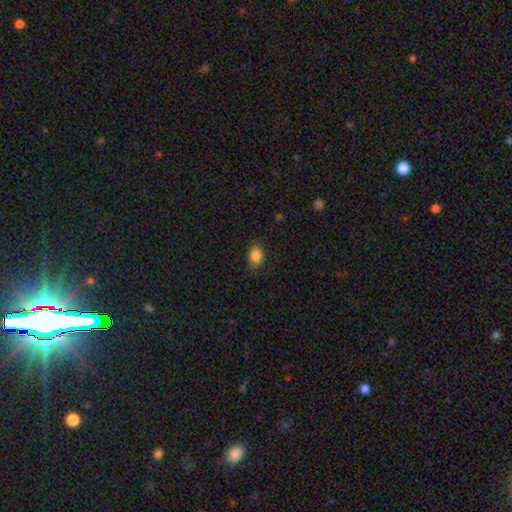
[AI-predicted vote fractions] A smooth galaxy with no disk features (85%) that is in between round and cigar-shaped (77%). Merging: none (79%).